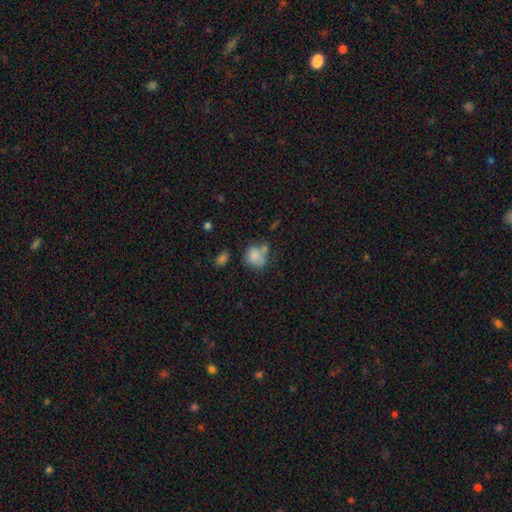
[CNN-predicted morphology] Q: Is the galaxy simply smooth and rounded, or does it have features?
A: smooth — 77%.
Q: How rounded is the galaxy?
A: round — 62%.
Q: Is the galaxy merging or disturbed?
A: none — 38%.